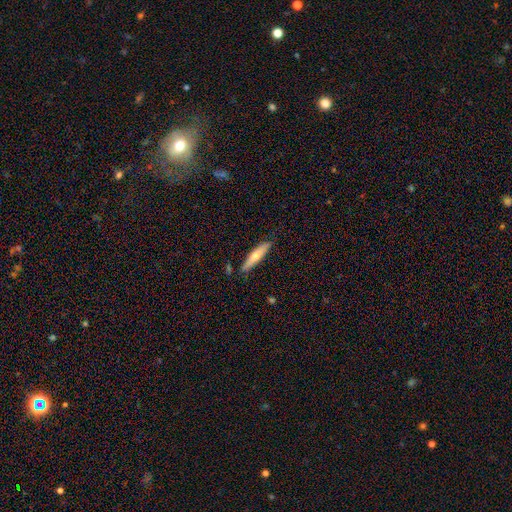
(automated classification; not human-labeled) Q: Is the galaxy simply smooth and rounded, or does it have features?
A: smooth — 61%.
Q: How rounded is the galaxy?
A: cigar-shaped — 84%.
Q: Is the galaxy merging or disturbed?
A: none — 84%.